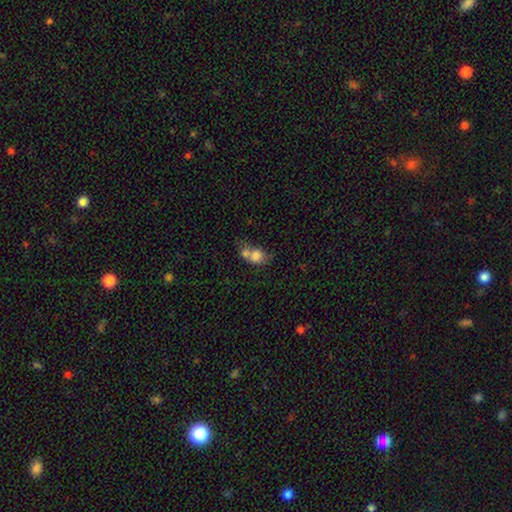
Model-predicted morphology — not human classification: This is likely a smooth galaxy (73%). How rounded: possibly in between (50%). Merging: likely merger (65%).